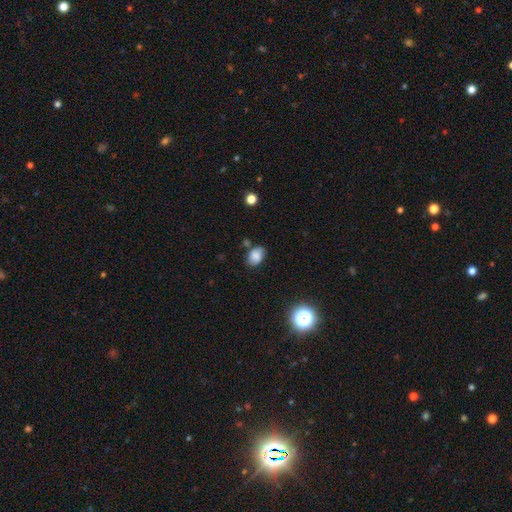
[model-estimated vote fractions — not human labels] A smooth galaxy with no disk features (75%) that is in between round and cigar-shaped (79%).

Vote fractions:
- Smooth or featured? smooth: 75% / featured or disk: 13% / star or artifact: 12%
- How rounded? in between: 79% / round: 20% / cigar-shaped: 1%
- Merging? none: 65% / minor disturbance: 23% / merger: 7% / major disturbance: 5%